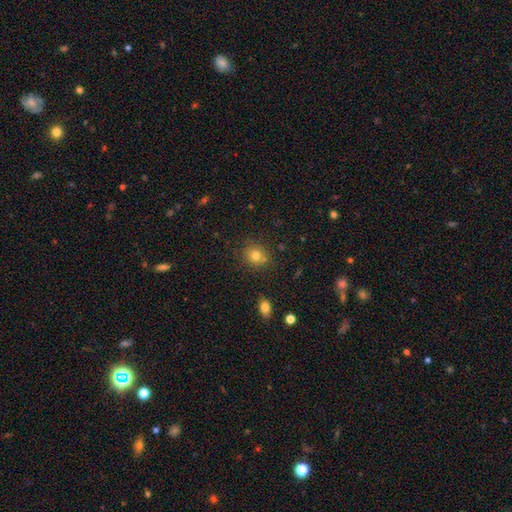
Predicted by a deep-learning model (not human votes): A smooth galaxy with no disk features (77%) that is round (80%). Merging: none (78%).